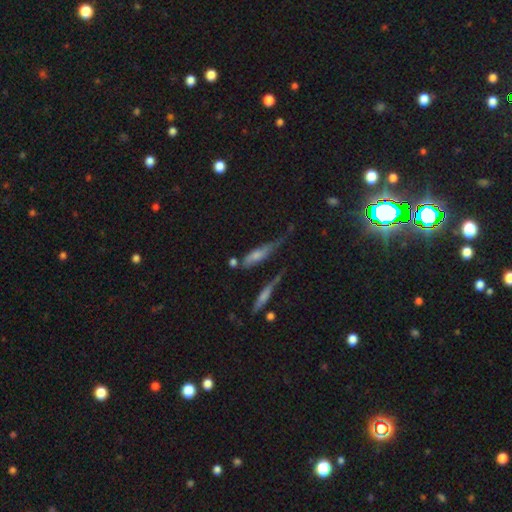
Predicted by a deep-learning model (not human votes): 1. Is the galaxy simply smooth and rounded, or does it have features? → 49% smooth, 40% featured or disk, 11% star or artifact.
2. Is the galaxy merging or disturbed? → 36% none, 28% minor disturbance, 23% major disturbance, 13% merger.